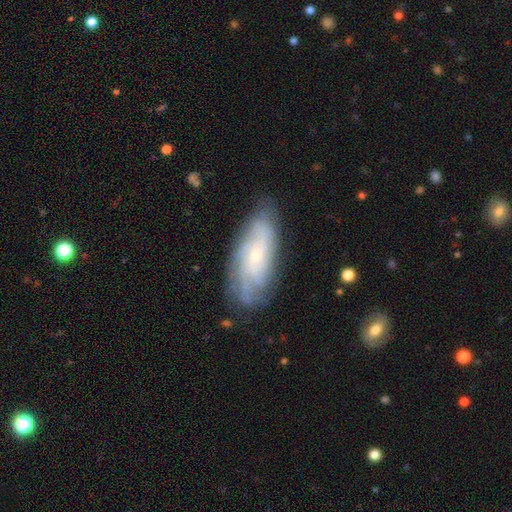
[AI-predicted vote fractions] Morphology: type=featured or disk (68%); edge-on=no (87%); bar=no (75%); spiral arms=yes (87%); winding=tight (58%); arm count=can't tell (54%); bulge=small (74%); merging=none (74%).